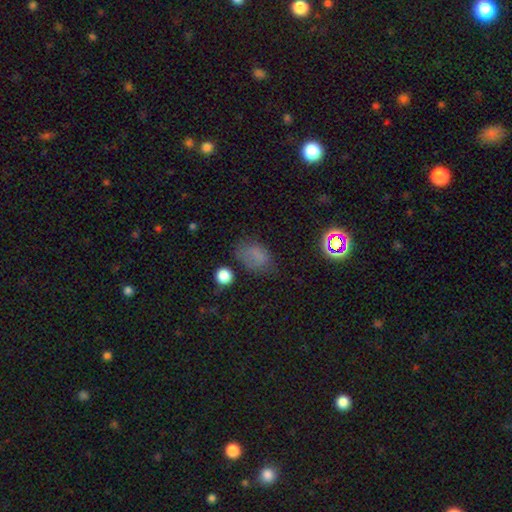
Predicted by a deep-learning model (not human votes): A smooth galaxy with no disk features (70%) that is in between round and cigar-shaped (79%).

Vote fractions:
- Smooth or featured? smooth: 70% / star or artifact: 19% / featured or disk: 11%
- How rounded? in between: 79% / round: 19% / cigar-shaped: 2%
- Merging? none: 58% / minor disturbance: 27% / major disturbance: 12% / merger: 3%